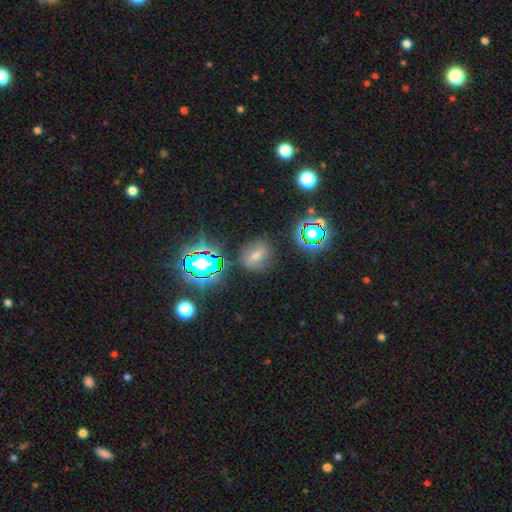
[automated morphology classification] The model was most divided on "smooth or featured": star or artifact: 38%, smooth: 37%, featured or disk: 25%.